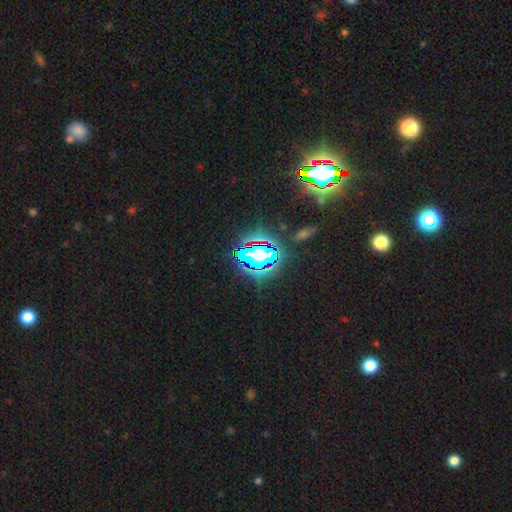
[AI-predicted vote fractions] Smooth or featured? Predicted: star or artifact (p=0.79).